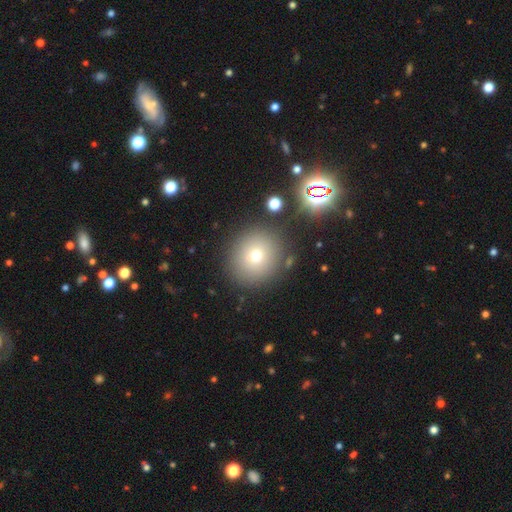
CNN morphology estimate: Smooth or featured? Predicted: smooth (p=0.70). How rounded? Predicted: round (p=0.90). Merging? Predicted: none (p=0.85).